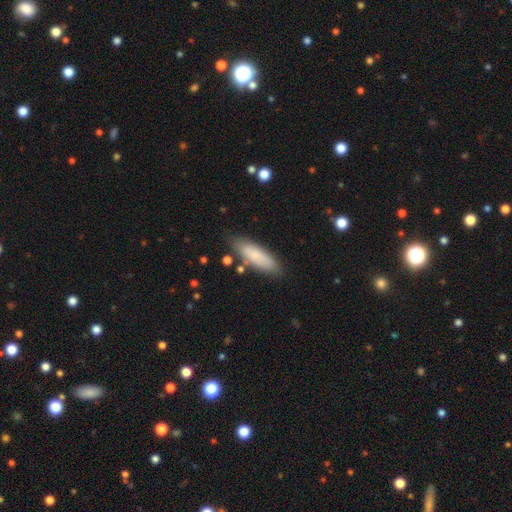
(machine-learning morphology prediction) This appears to be a smooth galaxy with no disk features (80%) that is in between round and cigar-shaped (52%). Merging: none (80%).